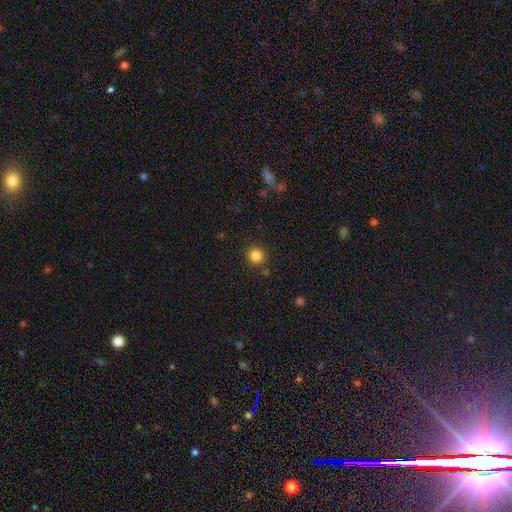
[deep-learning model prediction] Smooth or featured?
  - smooth: 85% *
  - star or artifact: 12%
  - featured or disk: 4%
How rounded?
  - round: 94% *
  - in between: 5%
  - cigar-shaped: 1%
Merging?
  - none: 88% *
  - minor disturbance: 6%
  - merger: 3%
  - major disturbance: 2%